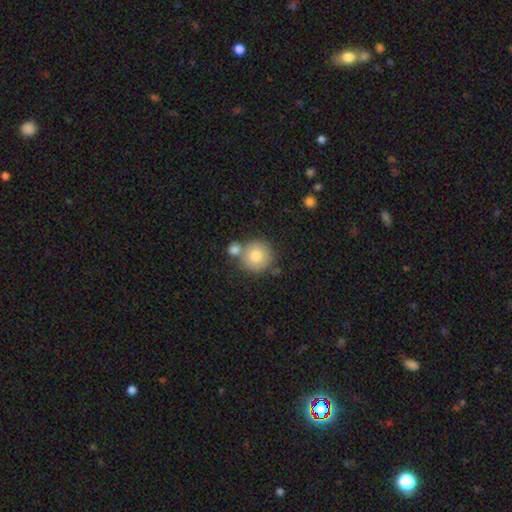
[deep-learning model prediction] This is likely a smooth galaxy (79%). How rounded: clearly round (93%). Merging: likely none (62%).